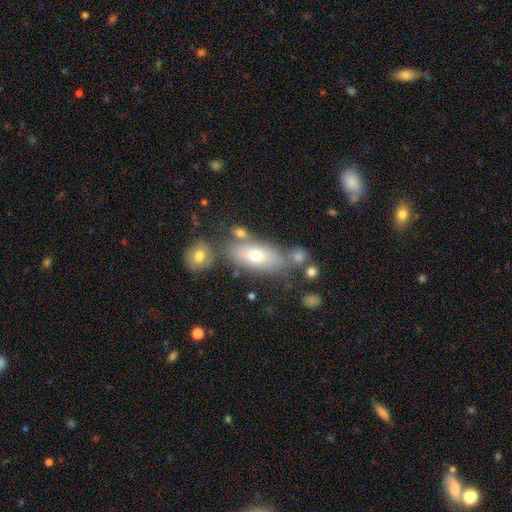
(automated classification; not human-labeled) Smooth or featured? Predicted: smooth (p=0.65). How rounded? Predicted: in between (p=0.81). Merging? Predicted: none (p=0.58).